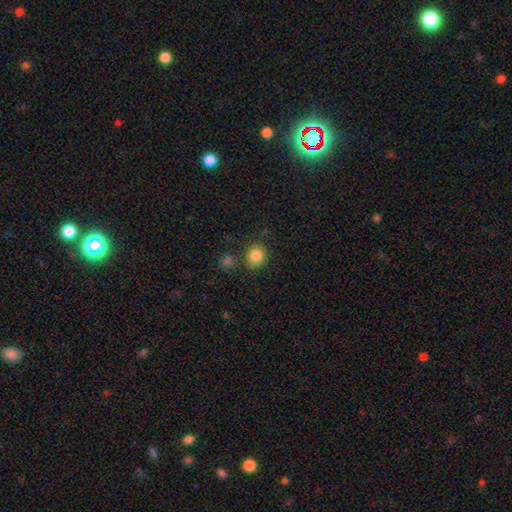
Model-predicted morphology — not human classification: smooth-or-featured: smooth: 84% | star or artifact: 10% | featured or disk: 5%
  how-rounded: round: 82% | in between: 17% | cigar-shaped: 1%
  merging: none: 81% | minor disturbance: 10% | merger: 6% | major disturbance: 3%